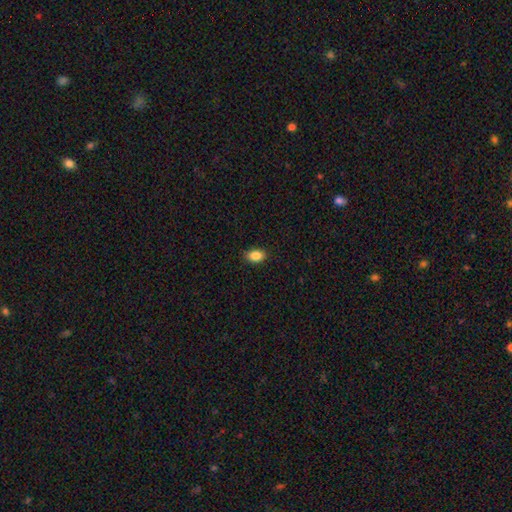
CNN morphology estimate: Q: Smooth or featured?
A: smooth (88%); runner-up: star or artifact (8%)
Q: How rounded?
A: in between (85%); runner-up: round (13%)
Q: Merging?
A: none (88%); runner-up: minor disturbance (9%)